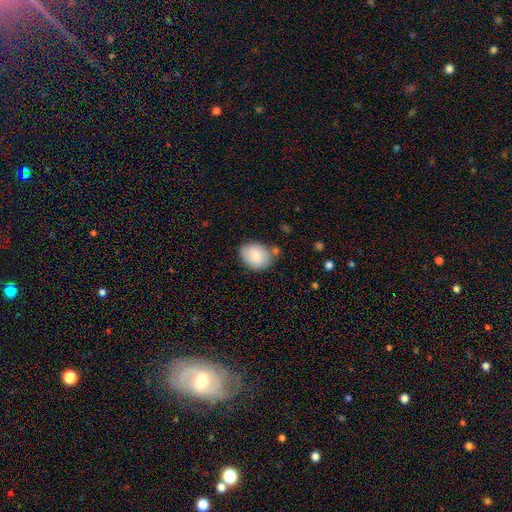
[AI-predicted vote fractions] smooth-or-featured: smooth: 79% | featured or disk: 14% | star or artifact: 7%
  how-rounded: in between: 59% | round: 40% | cigar-shaped: 1%
  merging: none: 68% | minor disturbance: 19% | merger: 8% | major disturbance: 4%